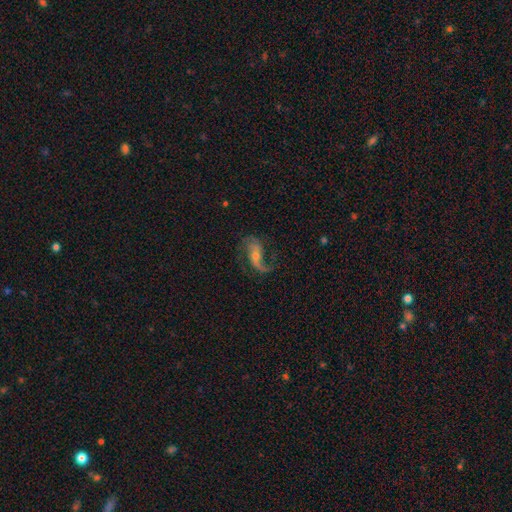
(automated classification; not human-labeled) Smooth or featured?
  - featured or disk: 84% *
  - smooth: 9%
  - star or artifact: 7%
Edge-on disk?
  - no: 96% *
  - yes: 4%
Bar?
  - no: 42% *
  - weak: 37%
  - strong: 21%
Spiral arms?
  - yes: 95% *
  - no: 5%
Spiral winding?
  - loose: 70% *
  - medium: 25%
  - tight: 6%
Spiral arm count?
  - 2: 84% *
  - 1: 9%
  - can't tell: 3%
  - 3: 2%
  - 4: 1%
  - more than 4: 1%
Bulge size?
  - small: 56% *
  - moderate: 37%
  - none: 3%
  - large: 2%
  - dominant: 1%
Merging?
  - none: 64% *
  - minor disturbance: 17%
  - major disturbance: 16%
  - merger: 2%